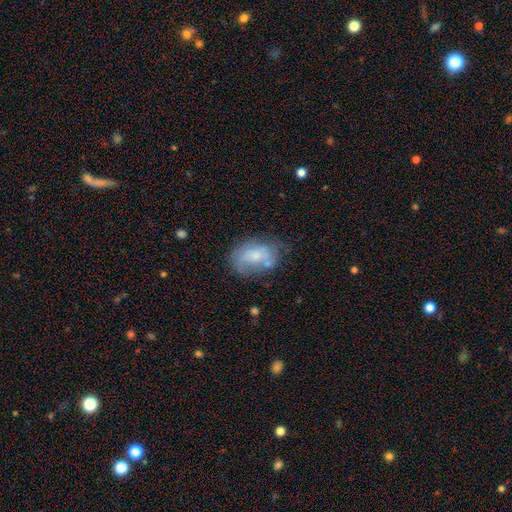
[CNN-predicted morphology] This is possibly a smooth galaxy (52%). How rounded: clearly in between (81%). Merging: possibly none (47%).